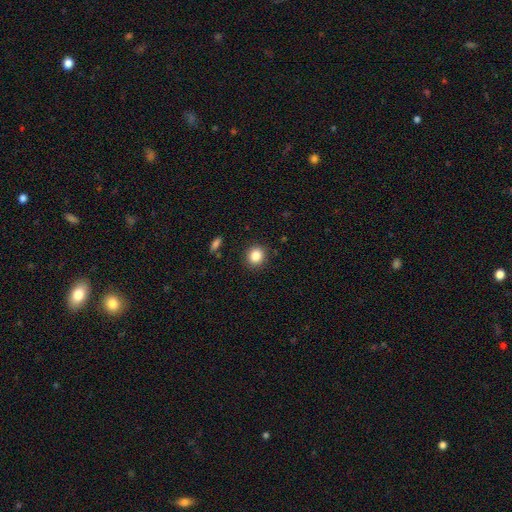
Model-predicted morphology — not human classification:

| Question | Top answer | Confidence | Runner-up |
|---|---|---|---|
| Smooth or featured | smooth | 85% | star or artifact (10%) |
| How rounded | round | 84% | in between (15%) |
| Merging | none | 90% | minor disturbance (7%) |